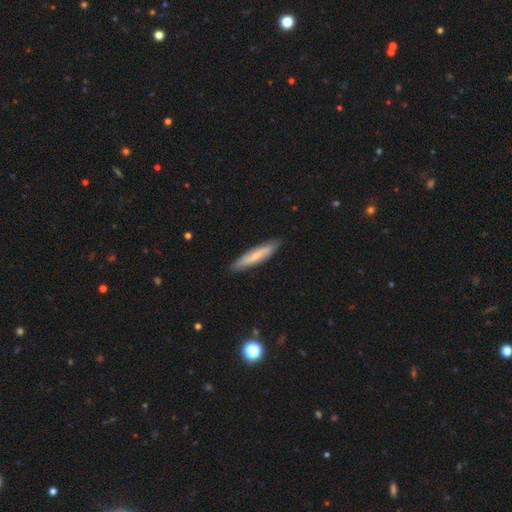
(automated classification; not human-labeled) Overall: smooth (58%; featured or disk 36%). How rounded: cigar-shaped (84%). Merging: none (87%).